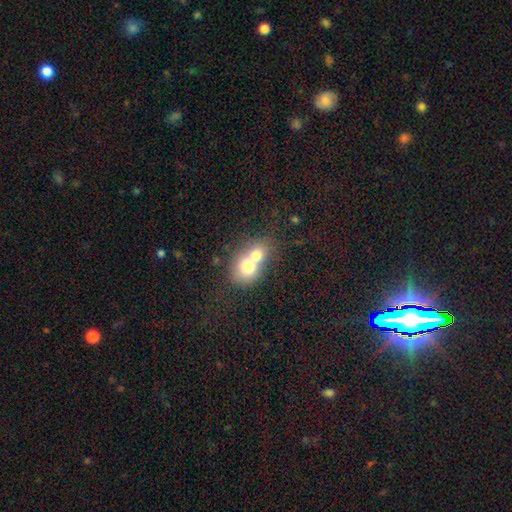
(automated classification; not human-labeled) smooth_or_featured: smooth (p=0.68) [alt: featured or disk p=0.23]
how_rounded: round (p=0.58) [alt: in between p=0.41]
merging: merger (p=0.76) [alt: none p=0.16]